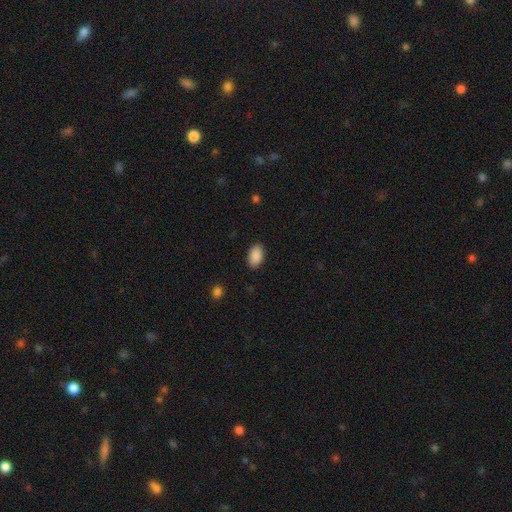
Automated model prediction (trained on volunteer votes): Overall: smooth (90%). How rounded: in between (93%). Merging: none (88%).